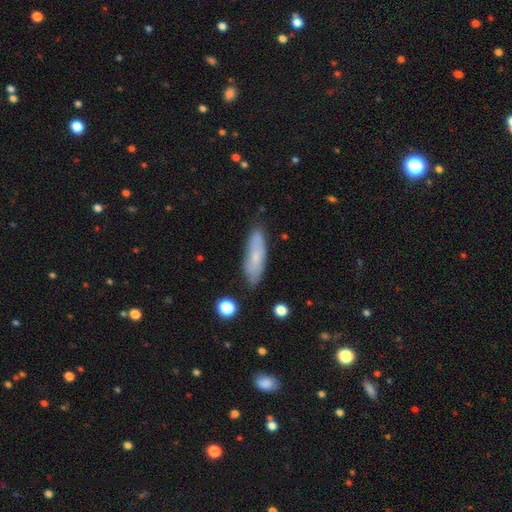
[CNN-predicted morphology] The model was most divided on "how rounded": cigar-shaped: 59%, in between: 39%, round: 2%. More confident: merging — none (81%); smooth or featured — smooth (63%).